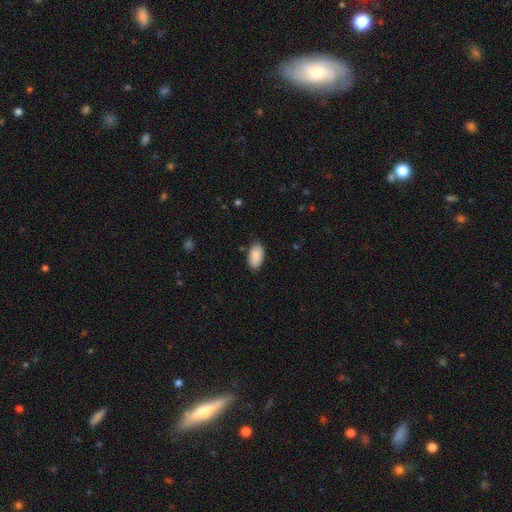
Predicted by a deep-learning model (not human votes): A smooth galaxy with no disk features (89%) that is in between round and cigar-shaped (95%). Merging: none (84%).